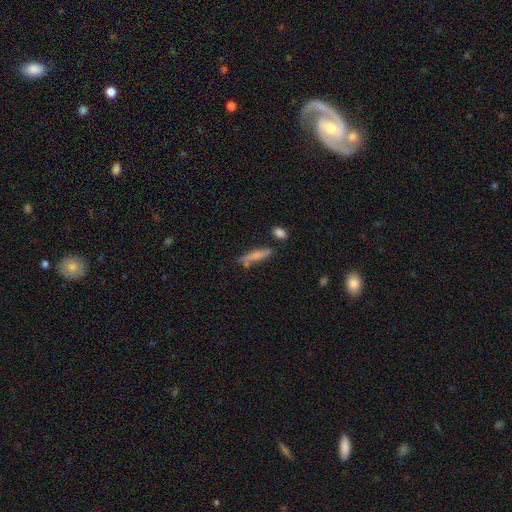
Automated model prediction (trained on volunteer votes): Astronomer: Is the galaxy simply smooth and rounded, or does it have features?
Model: smooth — 71%.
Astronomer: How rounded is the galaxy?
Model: cigar-shaped — 82%.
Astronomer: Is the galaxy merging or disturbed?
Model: none — 70%.